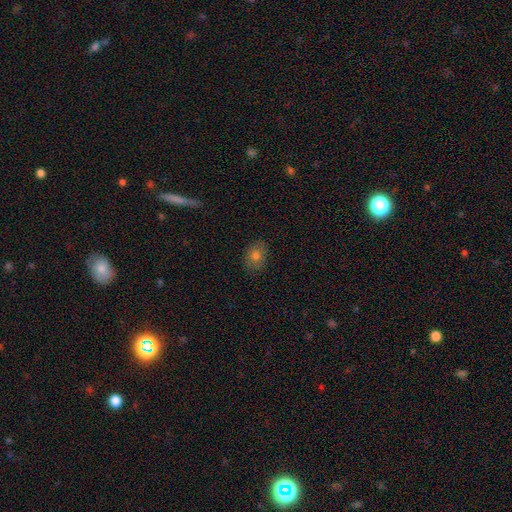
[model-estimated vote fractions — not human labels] Q: Smooth or featured?
A: smooth (74%); runner-up: star or artifact (13%)
Q: How rounded?
A: in between (64%); runner-up: round (35%)
Q: Merging?
A: none (85%); runner-up: minor disturbance (12%)